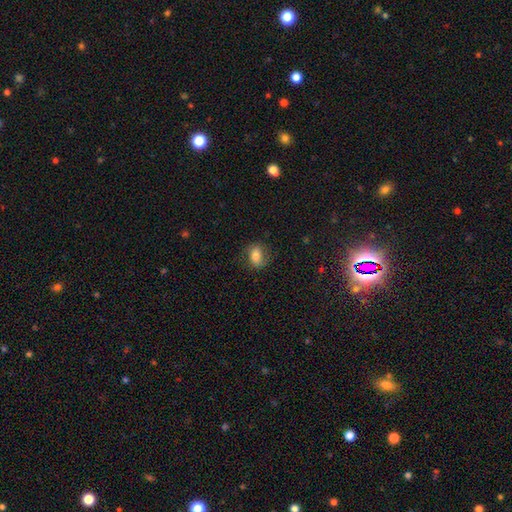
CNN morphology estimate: The model was most divided on "how rounded": in between: 74%, round: 23%, cigar-shaped: 2%. More confident: smooth or featured — smooth (73%); merging — none (71%).